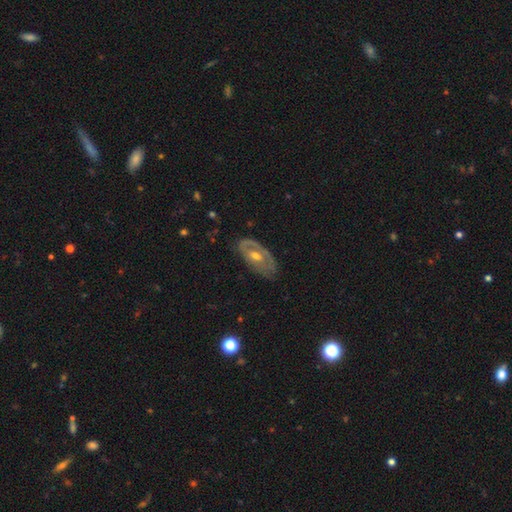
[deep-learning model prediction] Smooth or featured?
  - featured or disk: 70% *
  - smooth: 24%
  - star or artifact: 7%
Edge-on disk?
  - no: 89% *
  - yes: 11%
Bar?
  - no: 69% *
  - weak: 23%
  - strong: 7%
Spiral arms?
  - no: 52% *
  - yes: 48%
Bulge size?
  - moderate: 66% *
  - small: 27%
  - large: 4%
  - none: 1%
  - dominant: 1%
Merging?
  - none: 68% *
  - minor disturbance: 22%
  - major disturbance: 8%
  - merger: 2%